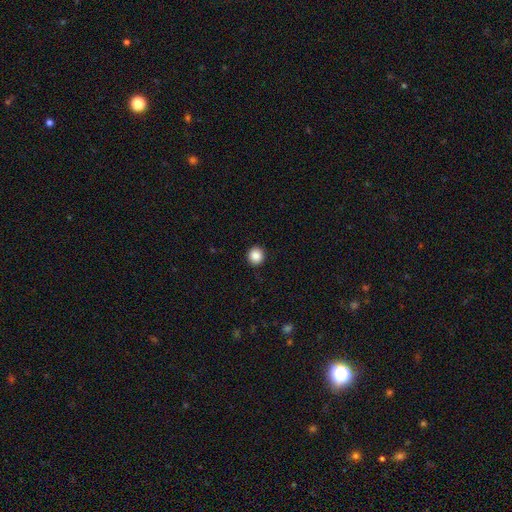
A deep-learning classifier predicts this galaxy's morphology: Smooth or featured?
  - smooth: 88% *
  - star or artifact: 9%
  - featured or disk: 3%
How rounded?
  - round: 93% *
  - in between: 6%
  - cigar-shaped: 1%
Merging?
  - none: 93% *
  - minor disturbance: 5%
  - major disturbance: 2%
  - merger: 1%